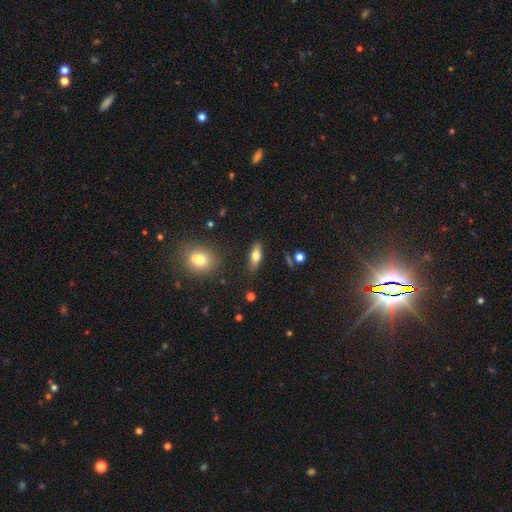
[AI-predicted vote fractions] This is likely a smooth galaxy (65%). How rounded: likely in between (66%). Merging: clearly none (84%).